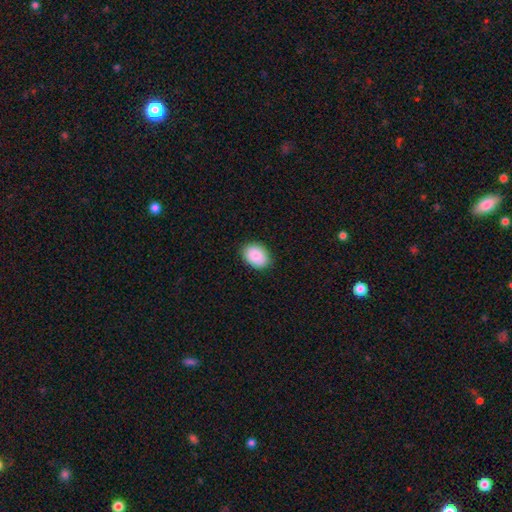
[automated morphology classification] Smooth or featured?
  - smooth: 90% *
  - star or artifact: 6%
  - featured or disk: 4%
How rounded?
  - in between: 78% *
  - round: 21%
  - cigar-shaped: 1%
Merging?
  - none: 87% *
  - minor disturbance: 10%
  - major disturbance: 2%
  - merger: 1%